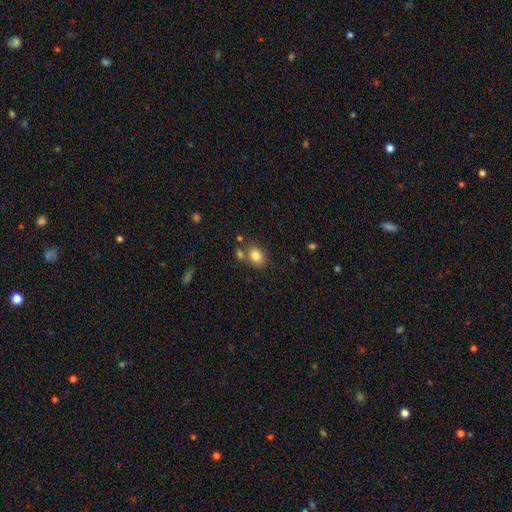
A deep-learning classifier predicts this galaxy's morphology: smooth_or_featured: smooth (p=0.82) [alt: star or artifact p=0.10]
how_rounded: in between (p=0.65) [alt: round p=0.34]
merging: none (p=0.67) [alt: merger p=0.17]